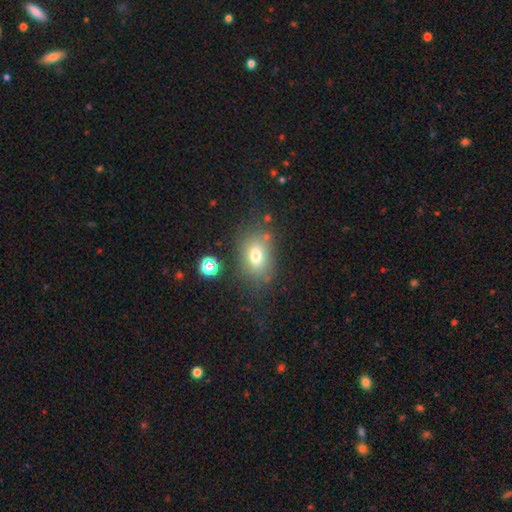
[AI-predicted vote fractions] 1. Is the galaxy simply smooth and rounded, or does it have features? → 73% smooth, 13% star or artifact, 13% featured or disk.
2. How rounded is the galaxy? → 74% in between, 25% round, 1% cigar-shaped.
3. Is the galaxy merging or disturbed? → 70% none, 16% minor disturbance, 8% major disturbance, 5% merger.